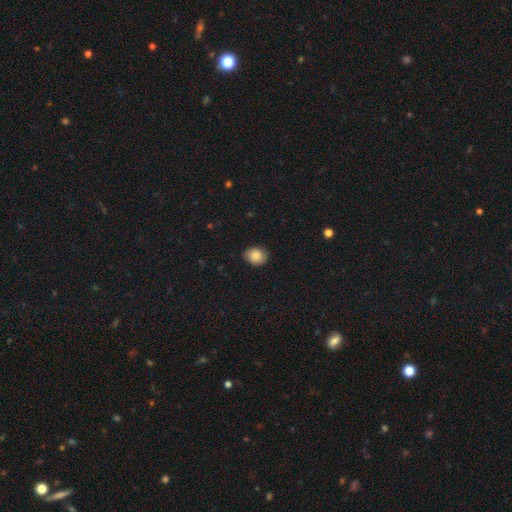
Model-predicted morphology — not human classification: The model was most divided on "how rounded": round: 64%, in between: 35%, cigar-shaped: 1%. More confident: smooth or featured — smooth (83%); merging — none (80%).